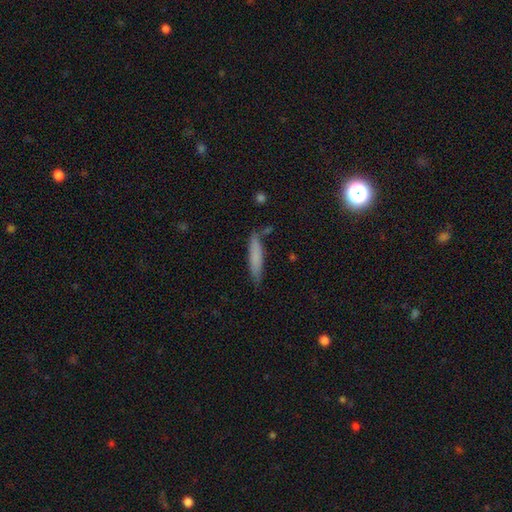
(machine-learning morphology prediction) type=smooth (74%); roundness=cigar-shaped (86%); merging=none (76%).